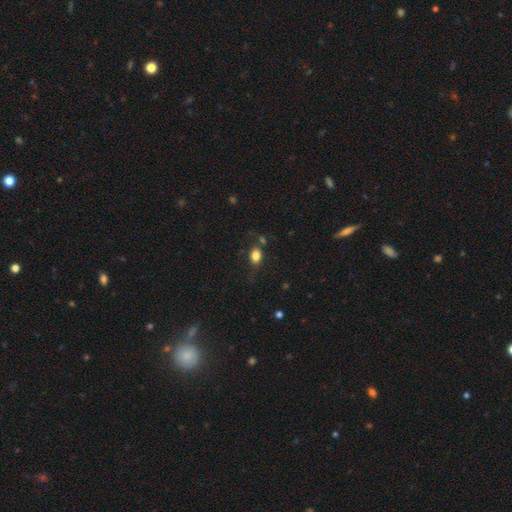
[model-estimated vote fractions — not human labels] smooth_or_featured: smooth (p=0.82) [alt: star or artifact p=0.11]
how_rounded: in between (p=0.72) [alt: round p=0.26]
merging: none (p=0.70) [alt: minor disturbance p=0.17]